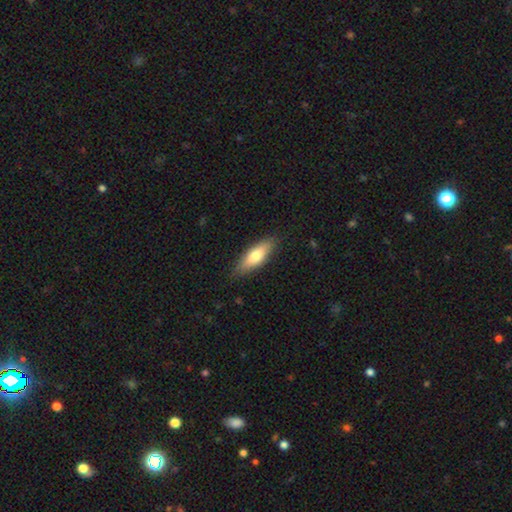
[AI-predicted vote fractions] Q: Smooth or featured?
A: smooth (72%); runner-up: featured or disk (22%)
Q: How rounded?
A: in between (60%); runner-up: cigar-shaped (38%)
Q: Merging?
A: none (84%); runner-up: minor disturbance (12%)